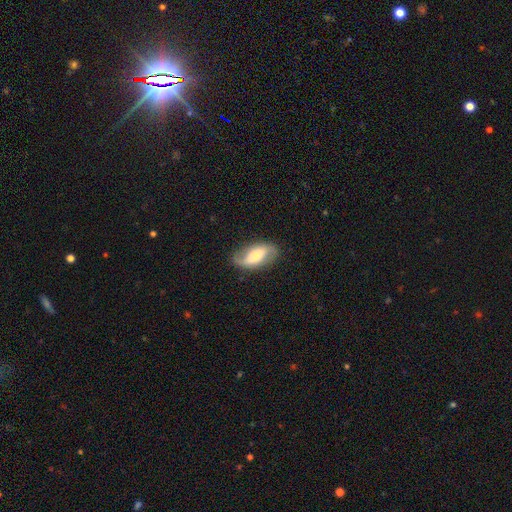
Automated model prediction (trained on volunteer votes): The model was most divided on "bar": weak: 35%, strong: 34%, no: 31%. More confident: edge-on disk — no (92%); spiral arms — yes (82%); merging — none (79%); smooth or featured — featured or disk (61%); bulge size — moderate (52%).